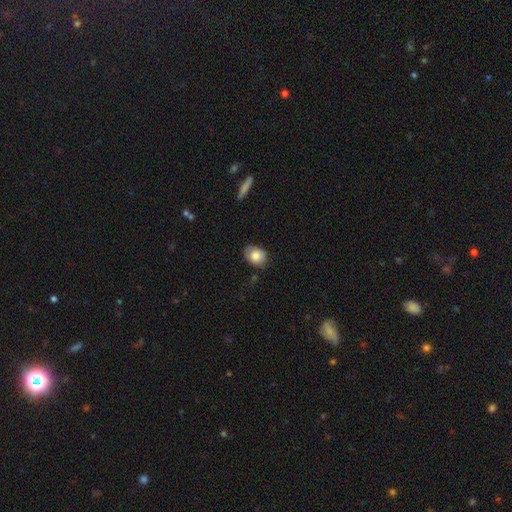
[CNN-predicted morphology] smooth 83%, featured or disk 9%, star or artifact 8%. Down the decision tree: how rounded — in between (64%); merging — none (77%).